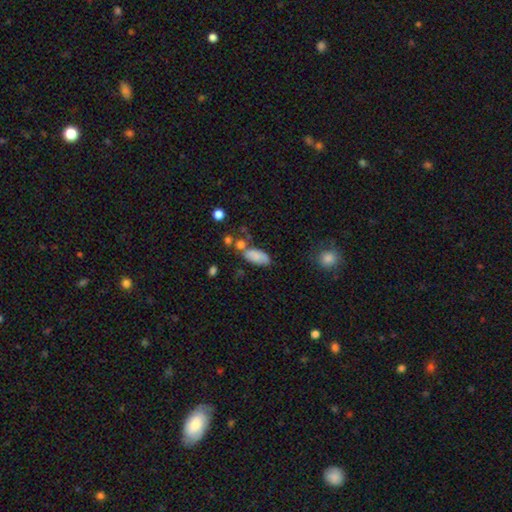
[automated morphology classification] smooth_or_featured: smooth (p=0.81) [alt: featured or disk p=0.10]
how_rounded: in between (p=0.89) [alt: cigar-shaped p=0.08]
merging: none (p=0.51) [alt: minor disturbance p=0.24]